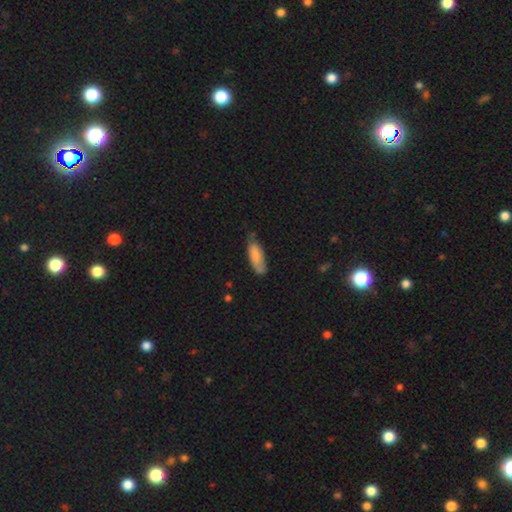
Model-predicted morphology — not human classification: smooth 80%, featured or disk 13%, star or artifact 6%. Down the decision tree: how rounded — in between (68%); merging — none (54%).